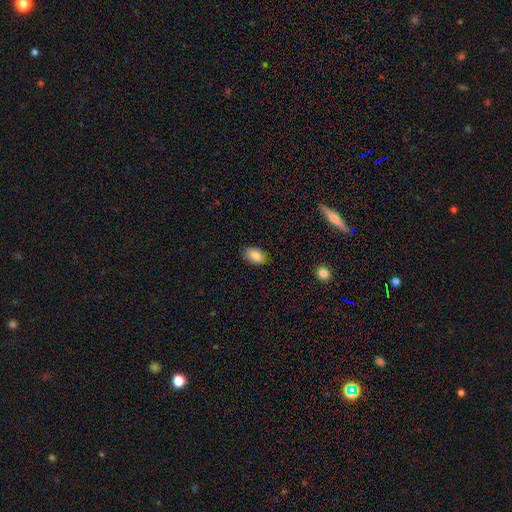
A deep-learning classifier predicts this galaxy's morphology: Smooth or featured? smooth (87%)
How rounded? in between (86%)
Merging? none (83%)